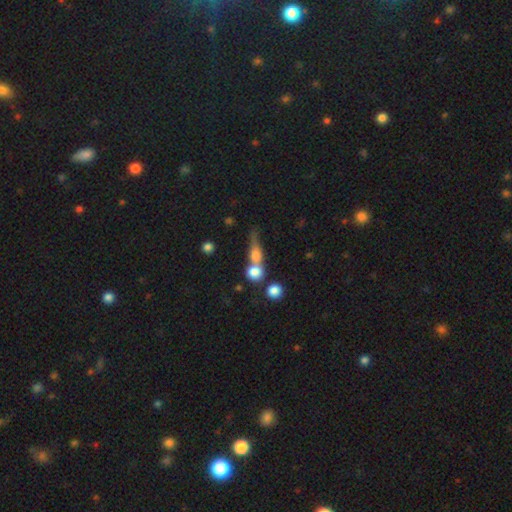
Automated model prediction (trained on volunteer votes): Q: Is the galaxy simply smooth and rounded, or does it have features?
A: smooth — 66%.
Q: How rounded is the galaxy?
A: round — 42%.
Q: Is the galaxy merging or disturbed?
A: merger — 54%.